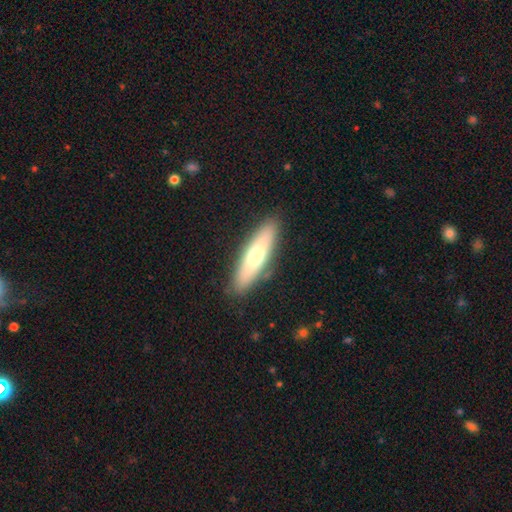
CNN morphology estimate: type=smooth (61%); roundness=cigar-shaped (66%); merging=none (87%).